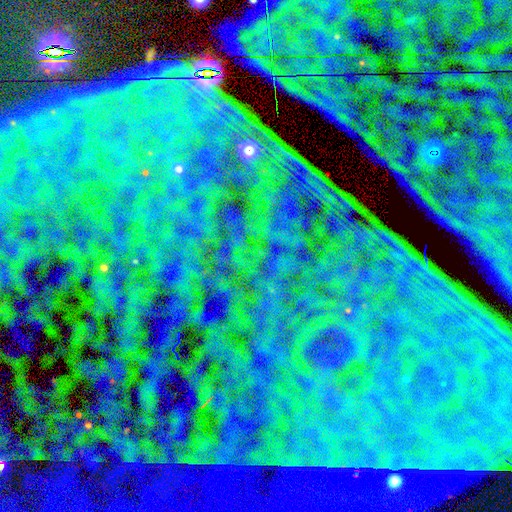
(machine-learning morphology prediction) Smooth or featured: star or artifact — 85% (featured or disk — 7%)